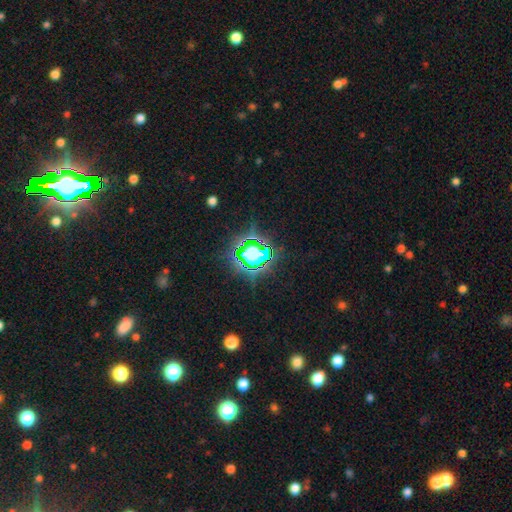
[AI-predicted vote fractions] A star or artifact, not a galaxy (64%).